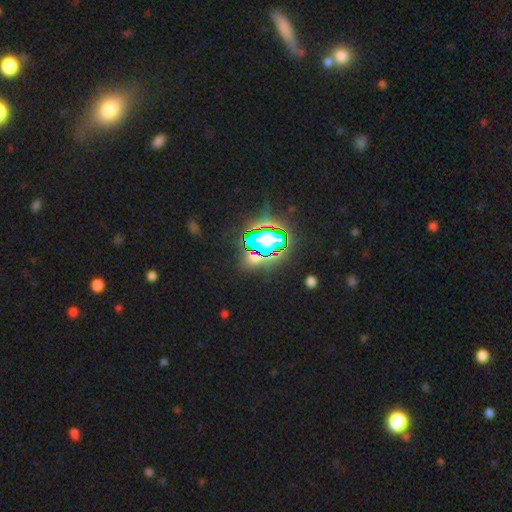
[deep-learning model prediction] Smooth or featured: star or artifact — 79% (smooth — 13%)